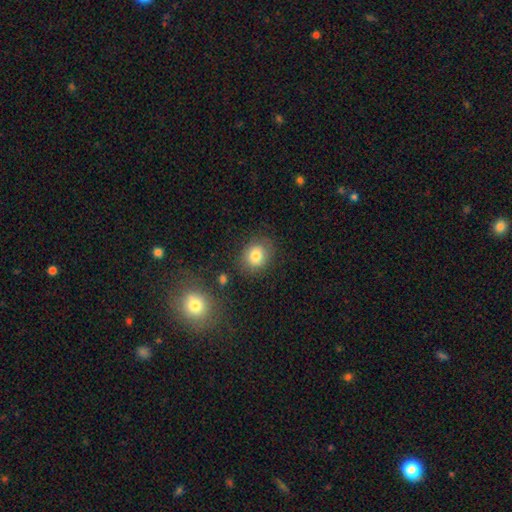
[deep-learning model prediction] smooth 80%, star or artifact 10%, featured or disk 10%. Down the decision tree: how rounded — round (64%); merging — none (79%).